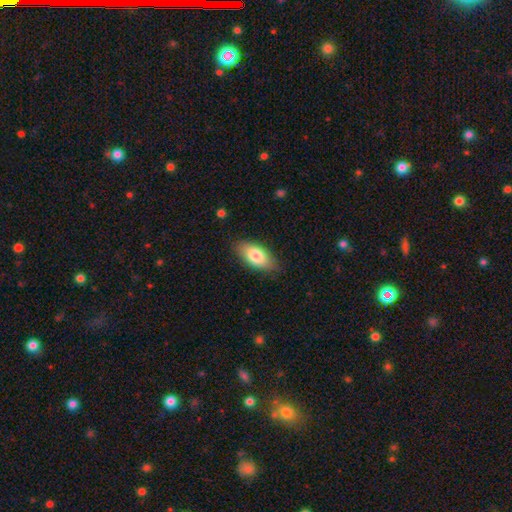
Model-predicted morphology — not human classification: This is likely a smooth galaxy (80%). How rounded: clearly in between (90%). Merging: clearly none (82%).